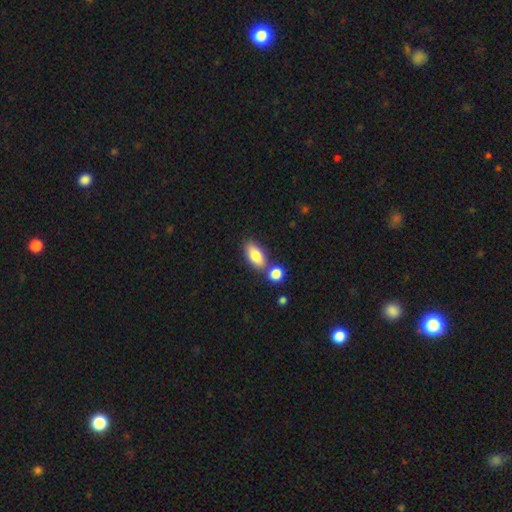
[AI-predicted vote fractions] Smooth or featured: smooth — 83% (featured or disk — 10%)
How rounded: in between — 87% (cigar-shaped — 9%)
Merging: none — 66% (merger — 20%)